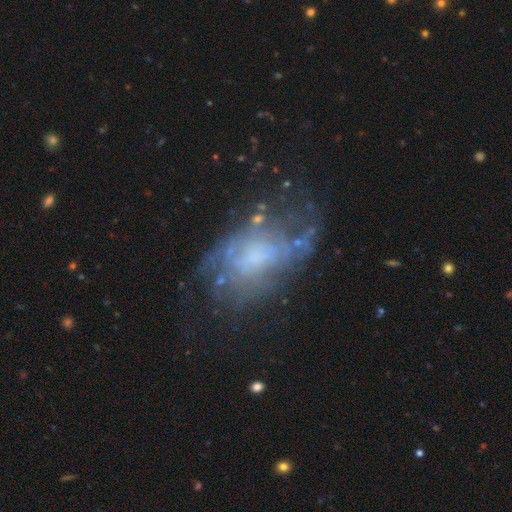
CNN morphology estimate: smooth-or-featured: featured or disk: 64% | smooth: 25% | star or artifact: 12%
  disk-edge-on: no: 95% | yes: 5%
    bar: no: 73% | weak: 23% | strong: 5%
    has-spiral-arms: no: 55% | yes: 45%
    bulge-size: small: 36% | none: 30% | moderate: 26% | large: 7% | dominant: 2%
  merging: none: 47% | major disturbance: 26% | minor disturbance: 22% | merger: 5%